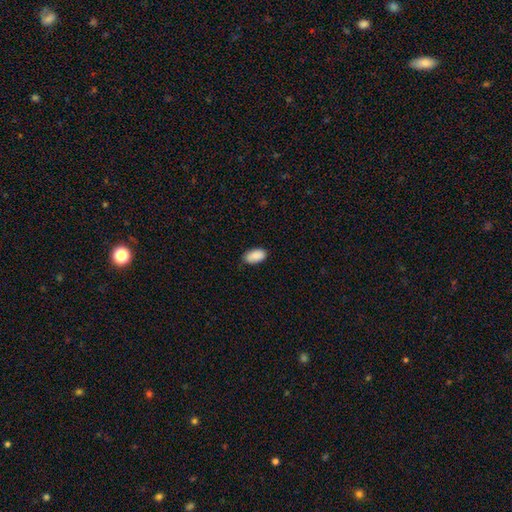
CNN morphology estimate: smooth 90%, star or artifact 7%, featured or disk 3%. Down the decision tree: how rounded — in between (95%); merging — none (82%).